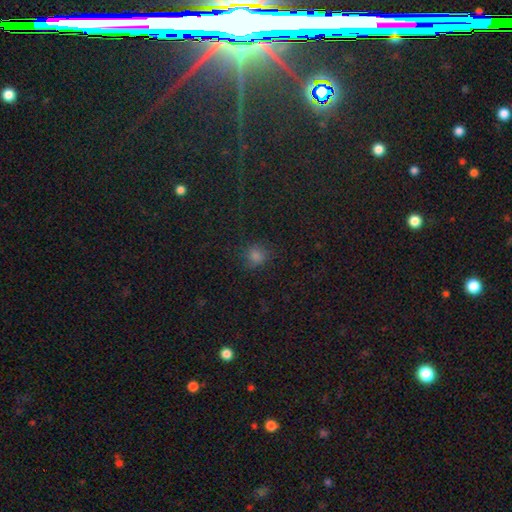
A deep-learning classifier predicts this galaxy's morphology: Smooth or featured? Predicted: smooth (p=0.70). How rounded? Predicted: round (p=0.84). Merging? Predicted: none (p=0.83).